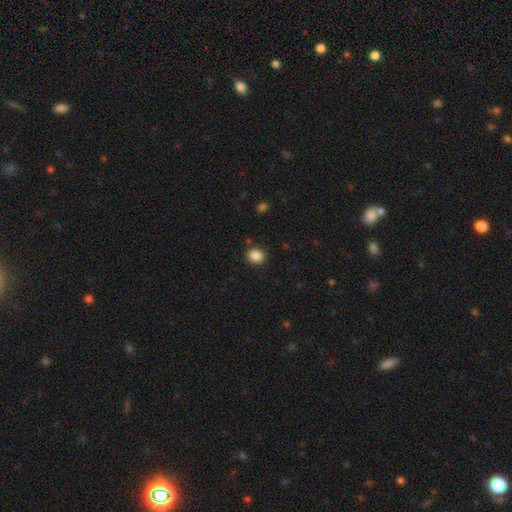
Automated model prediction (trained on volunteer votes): This is clearly a smooth galaxy (87%). How rounded: likely round (72%). Merging: clearly none (87%).